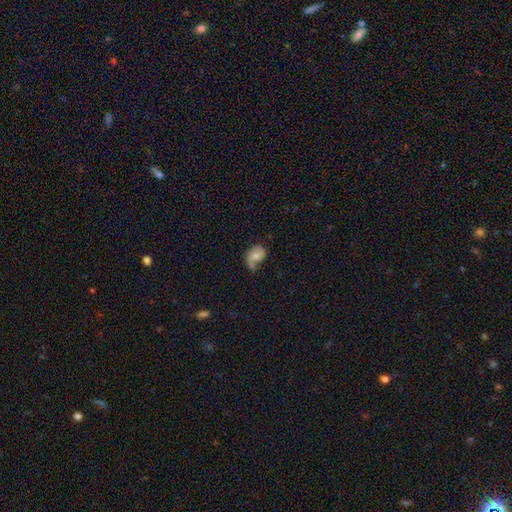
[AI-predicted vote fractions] A featured or disk galaxy (49%). Merging: minor disturbance (34%).